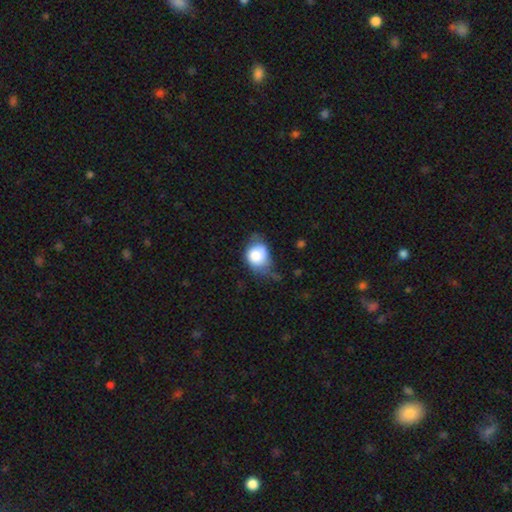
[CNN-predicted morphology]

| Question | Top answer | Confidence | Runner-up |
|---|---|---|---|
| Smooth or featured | smooth | 76% | featured or disk (16%) |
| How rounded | round | 55% | in between (44%) |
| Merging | minor disturbance | 40% | none (33%) |